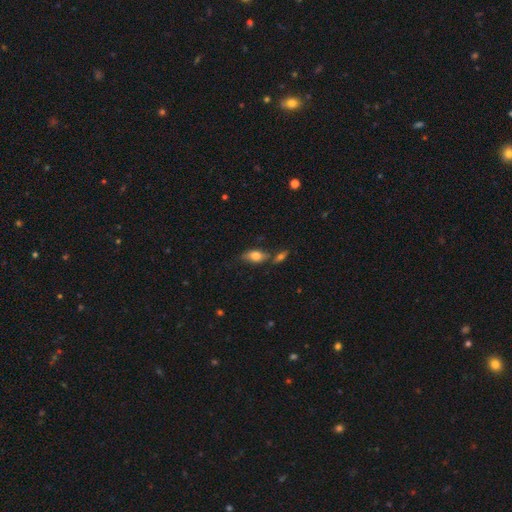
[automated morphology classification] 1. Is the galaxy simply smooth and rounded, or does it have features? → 71% smooth, 21% featured or disk, 8% star or artifact.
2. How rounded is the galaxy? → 84% in between, 10% cigar-shaped, 5% round.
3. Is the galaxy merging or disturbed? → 60% none, 17% minor disturbance, 17% merger, 5% major disturbance.